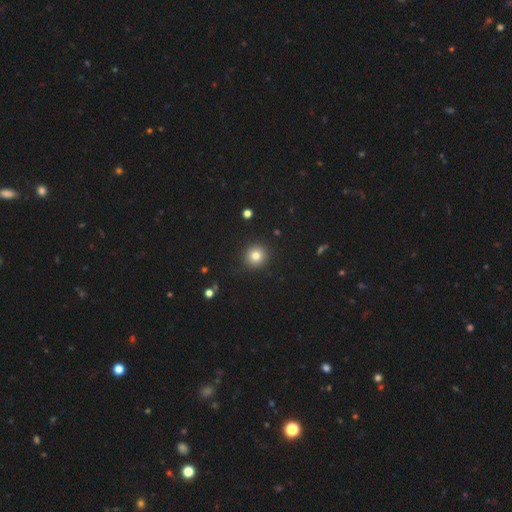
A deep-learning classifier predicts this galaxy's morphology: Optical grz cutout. It shows a smooth galaxy with no disk features (81%) that is round (93%). Merging: none (92%).